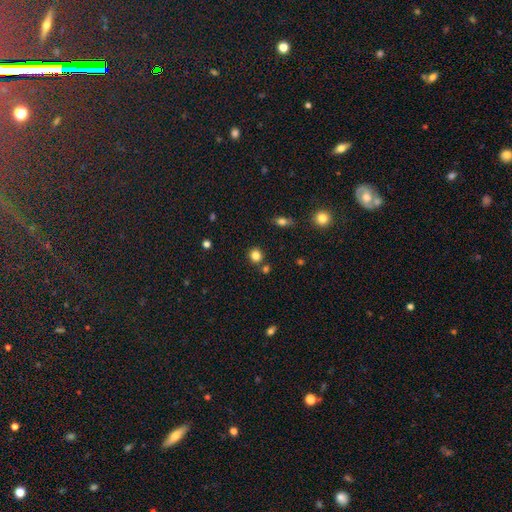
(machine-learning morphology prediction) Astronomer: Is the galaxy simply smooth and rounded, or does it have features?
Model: smooth — 82%.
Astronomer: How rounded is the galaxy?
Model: round — 87%.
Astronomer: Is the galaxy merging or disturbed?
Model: none — 81%.